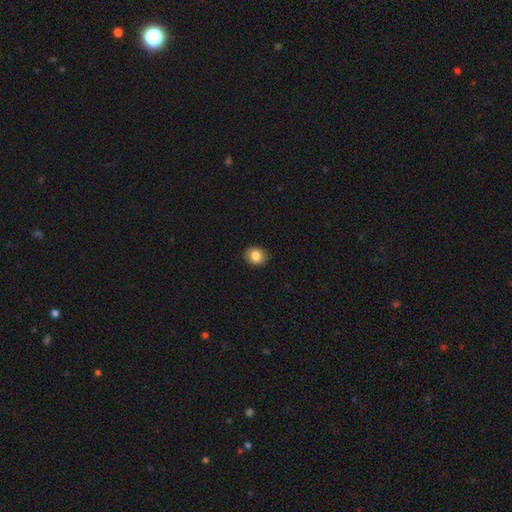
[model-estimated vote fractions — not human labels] Smooth or featured?
  - smooth: 85% *
  - star or artifact: 9%
  - featured or disk: 6%
How rounded?
  - round: 67% *
  - in between: 32%
  - cigar-shaped: 1%
Merging?
  - none: 91% *
  - minor disturbance: 7%
  - major disturbance: 2%
  - merger: 1%